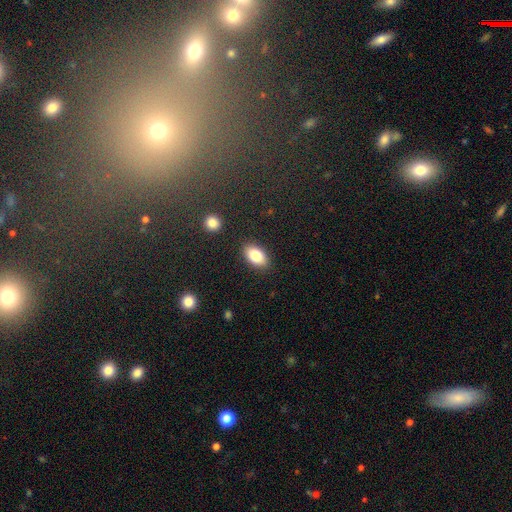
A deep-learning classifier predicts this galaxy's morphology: This is clearly a smooth galaxy (84%). How rounded: clearly in between (92%). Merging: clearly none (87%).